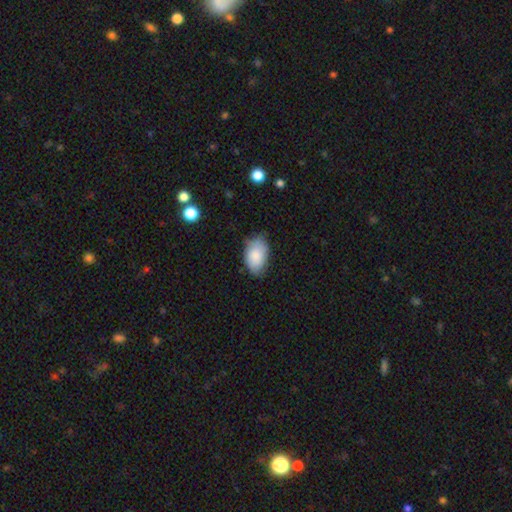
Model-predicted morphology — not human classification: Smooth or featured? Predicted: smooth (p=0.83). How rounded? Predicted: in between (p=0.91). Merging? Predicted: none (p=0.64).